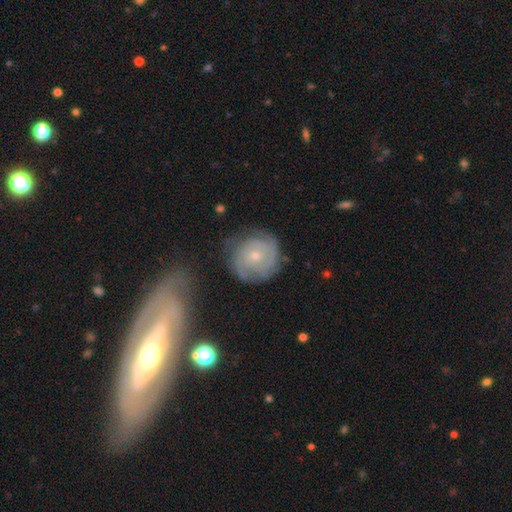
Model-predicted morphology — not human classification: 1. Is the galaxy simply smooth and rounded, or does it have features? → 74% featured or disk, 19% smooth, 7% star or artifact.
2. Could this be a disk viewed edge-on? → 97% no, 3% yes.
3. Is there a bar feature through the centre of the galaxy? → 78% no, 19% weak, 3% strong.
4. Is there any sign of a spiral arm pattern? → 91% yes, 9% no.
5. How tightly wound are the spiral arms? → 73% tight, 21% medium, 6% loose.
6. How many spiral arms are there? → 36% can't tell, 23% 2, 22% 3, 8% 4, 5% 1, 5% more than 4.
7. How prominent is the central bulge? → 59% small, 37% moderate, 1% none, 1% large, 1% dominant.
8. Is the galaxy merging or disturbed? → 73% none, 18% minor disturbance, 6% major disturbance, 3% merger.